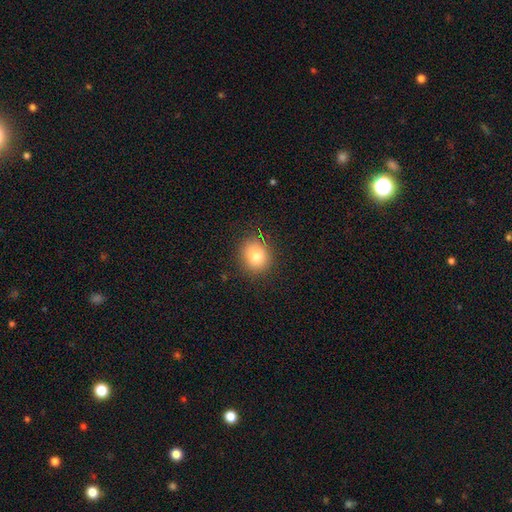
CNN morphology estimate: smooth_or_featured: smooth (p=0.82) [alt: star or artifact p=0.11]
how_rounded: round (p=0.74) [alt: in between p=0.26]
merging: none (p=0.87) [alt: minor disturbance p=0.09]